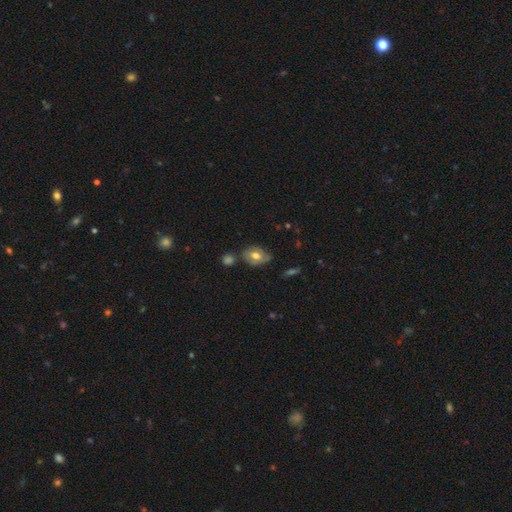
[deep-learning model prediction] A smooth galaxy with no disk features (54%) that is in between round and cigar-shaped (75%). Merging: none (60%).